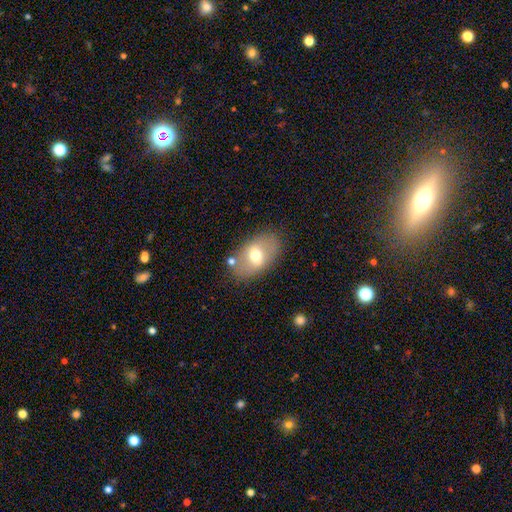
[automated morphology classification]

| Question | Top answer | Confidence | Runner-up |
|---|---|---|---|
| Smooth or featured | smooth | 59% | featured or disk (33%) |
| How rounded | in between | 89% | round (10%) |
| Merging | none | 78% | minor disturbance (13%) |